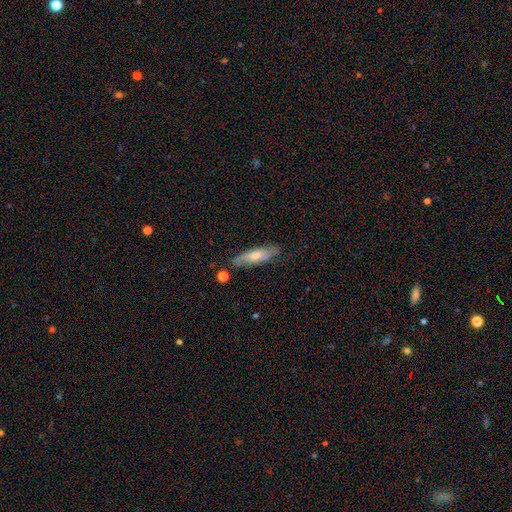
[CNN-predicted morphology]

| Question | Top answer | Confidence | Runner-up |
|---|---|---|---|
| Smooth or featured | smooth | 56% | featured or disk (38%) |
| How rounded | cigar-shaped | 56% | in between (42%) |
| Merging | none | 74% | minor disturbance (19%) |